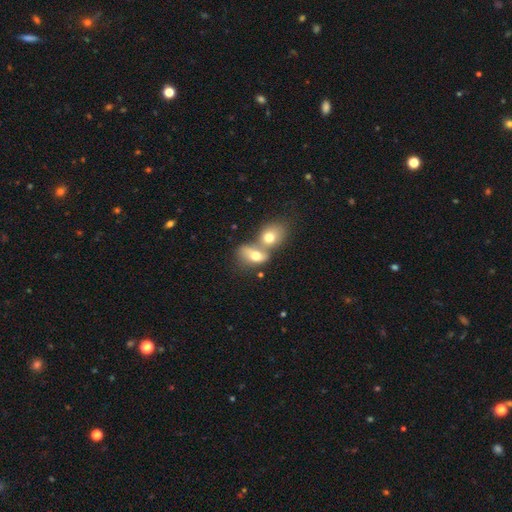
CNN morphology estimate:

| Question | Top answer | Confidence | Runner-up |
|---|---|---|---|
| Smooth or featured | smooth | 69% | featured or disk (21%) |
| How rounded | in between | 69% | round (28%) |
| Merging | merger | 72% | none (17%) |